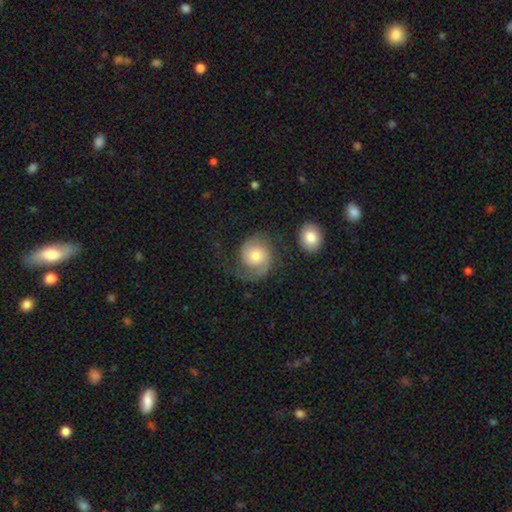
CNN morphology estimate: type=featured or disk (64%); edge-on=no (98%); bar=no (74%); spiral arms=yes (93%); winding=medium (43%); arm count=2 (66%); bulge=moderate (61%); merging=none (56%).